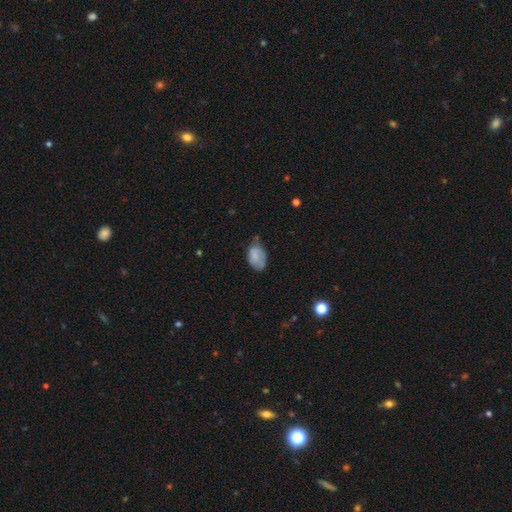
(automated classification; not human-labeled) smooth_or_featured: smooth (p=0.75) [alt: featured or disk p=0.16]
how_rounded: in between (p=0.89) [alt: round p=0.10]
merging: none (p=0.43) [alt: minor disturbance p=0.42]